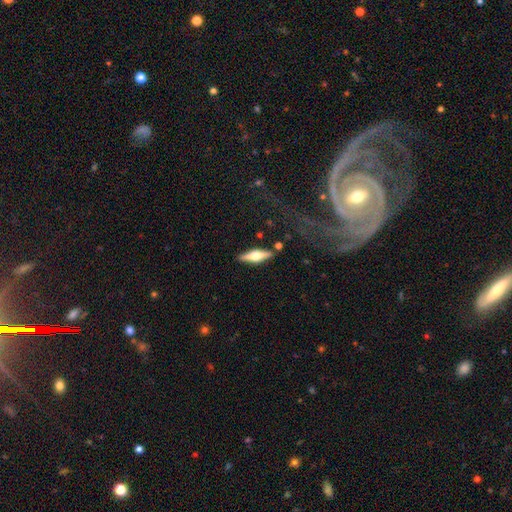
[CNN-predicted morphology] Smooth or featured?
  - featured or disk: 57% *
  - smooth: 37%
  - star or artifact: 6%
Edge-on disk?
  - yes: 95% *
  - no: 5%
Edge-on bulge?
  - rounded: 91% *
  - boxy: 6%
  - none: 2%
Merging?
  - none: 86% *
  - minor disturbance: 9%
  - merger: 3%
  - major disturbance: 2%